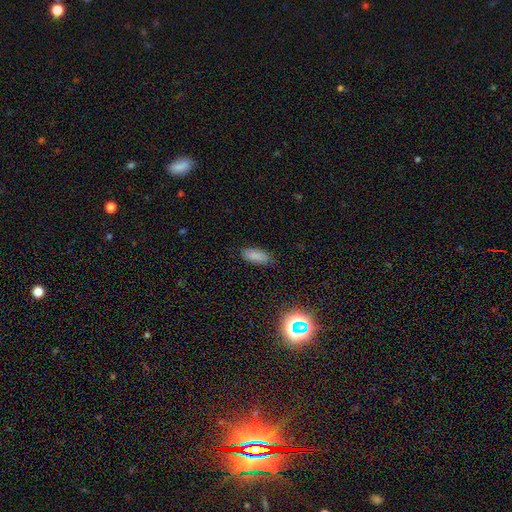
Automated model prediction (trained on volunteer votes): Overall: smooth (83%). How rounded: in between (84%). Merging: none (81%).